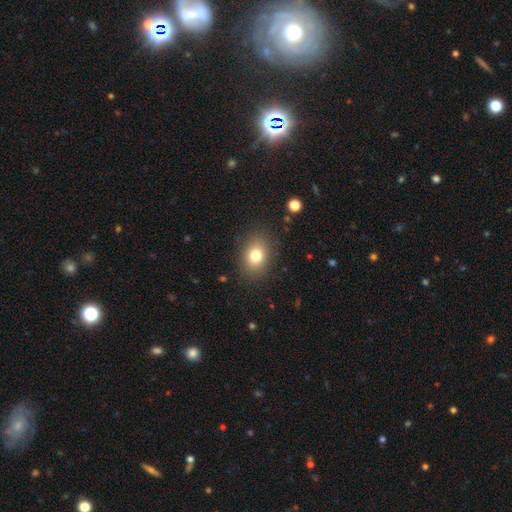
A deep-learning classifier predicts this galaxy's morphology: type=smooth (78%); roundness=in between (63%); merging=none (85%).